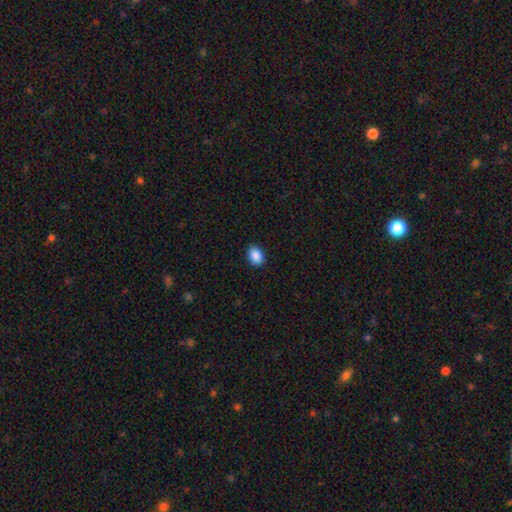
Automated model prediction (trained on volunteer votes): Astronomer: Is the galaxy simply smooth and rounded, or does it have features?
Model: smooth — 90%.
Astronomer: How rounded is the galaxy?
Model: in between — 78%.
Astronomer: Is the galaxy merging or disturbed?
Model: none — 89%.